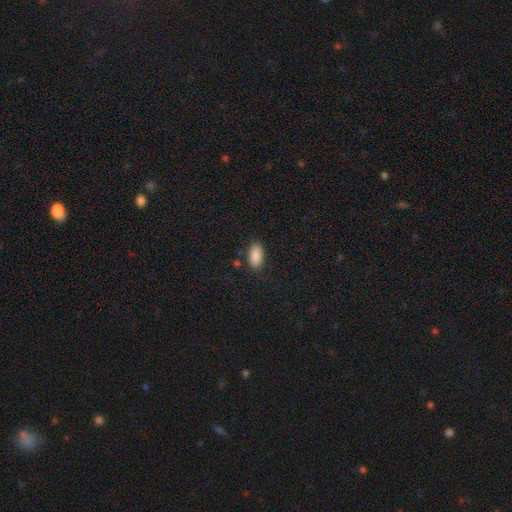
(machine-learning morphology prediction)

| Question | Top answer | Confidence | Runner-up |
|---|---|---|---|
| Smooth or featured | smooth | 89% | star or artifact (7%) |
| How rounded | in between | 91% | cigar-shaped (6%) |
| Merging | none | 84% | minor disturbance (11%) |